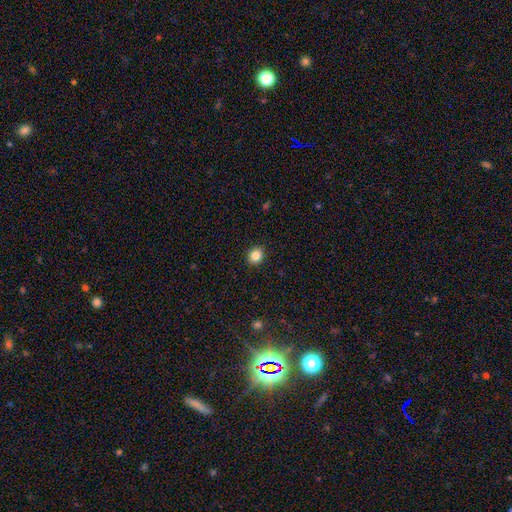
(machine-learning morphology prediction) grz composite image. It shows a smooth galaxy with no disk features (85%) that is round (65%). Merging: none (91%).